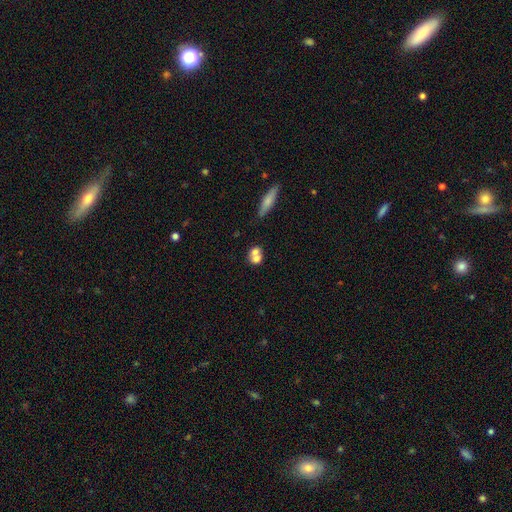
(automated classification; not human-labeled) Smooth or featured? Predicted: smooth (p=0.67). How rounded? Predicted: round (p=0.65). Merging? Predicted: merger (p=0.58).